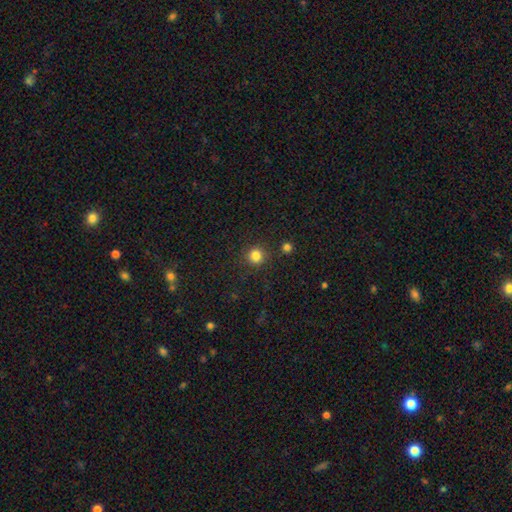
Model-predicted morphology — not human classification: smooth 83%, star or artifact 13%, featured or disk 4%. Down the decision tree: how rounded — round (93%); merging — none (87%).